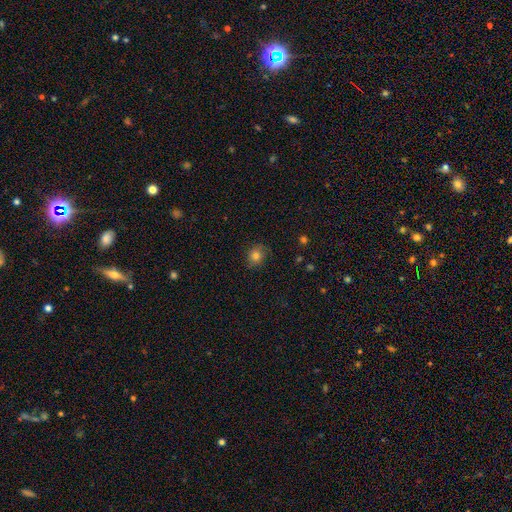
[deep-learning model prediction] Smooth or featured?
  - smooth: 80% *
  - star or artifact: 13%
  - featured or disk: 7%
How rounded?
  - round: 80% *
  - in between: 19%
  - cigar-shaped: 1%
Merging?
  - none: 82% *
  - minor disturbance: 14%
  - major disturbance: 3%
  - merger: 1%